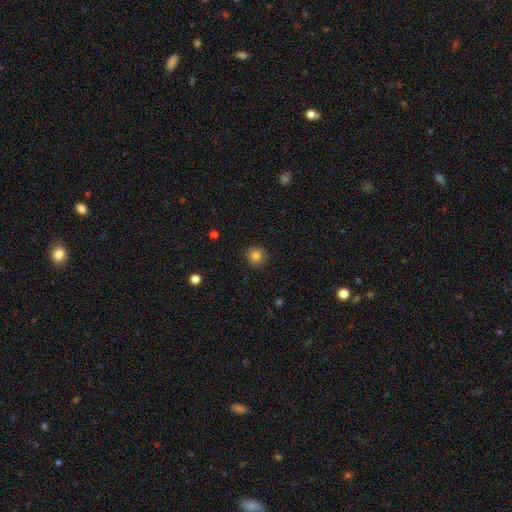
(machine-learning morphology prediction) Overall: smooth (83%). How rounded: round (93%). Merging: none (91%).